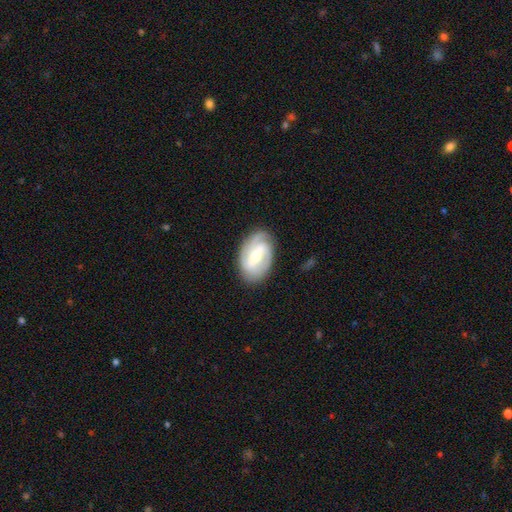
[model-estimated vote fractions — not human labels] Smooth or featured? featured or disk (79%)
Edge-on disk? no (95%)
Bar? weak (44%)
Spiral arms? yes (92%)
Spiral winding? tight (43%)
Spiral arm count? 2 (49%)
Bulge size? moderate (54%)
Merging? none (80%)